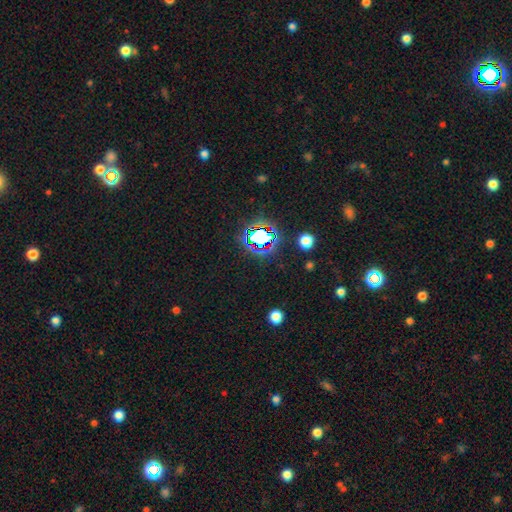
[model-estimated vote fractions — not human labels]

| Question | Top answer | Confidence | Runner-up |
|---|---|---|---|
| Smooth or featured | star or artifact | 79% | smooth (13%) |